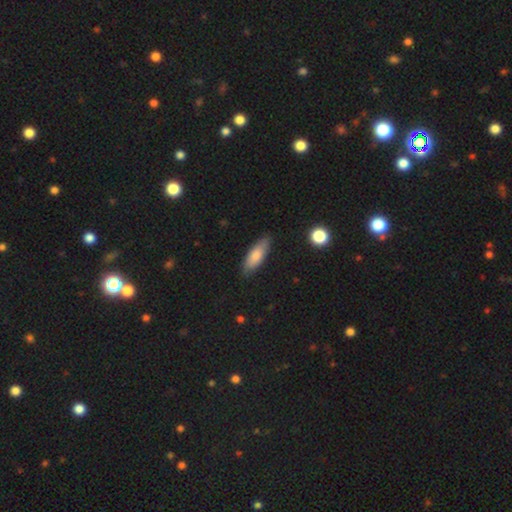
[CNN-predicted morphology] Q: Smooth or featured?
A: smooth (78%); runner-up: featured or disk (16%)
Q: How rounded?
A: in between (63%); runner-up: cigar-shaped (35%)
Q: Merging?
A: none (83%); runner-up: minor disturbance (13%)